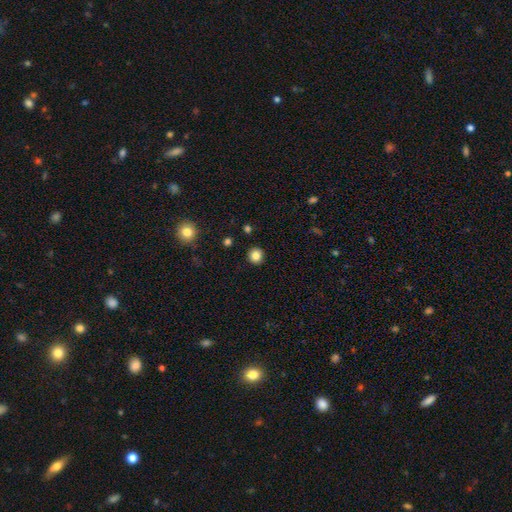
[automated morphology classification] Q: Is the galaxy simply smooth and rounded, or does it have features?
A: smooth — 84%.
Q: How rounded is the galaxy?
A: round — 91%.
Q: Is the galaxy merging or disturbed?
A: none — 92%.